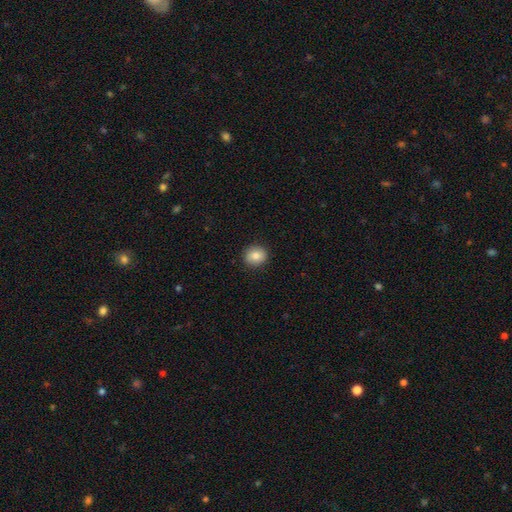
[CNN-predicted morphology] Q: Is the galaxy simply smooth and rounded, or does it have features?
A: smooth — 85%.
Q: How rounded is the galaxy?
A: round — 77%.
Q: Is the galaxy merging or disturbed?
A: none — 91%.